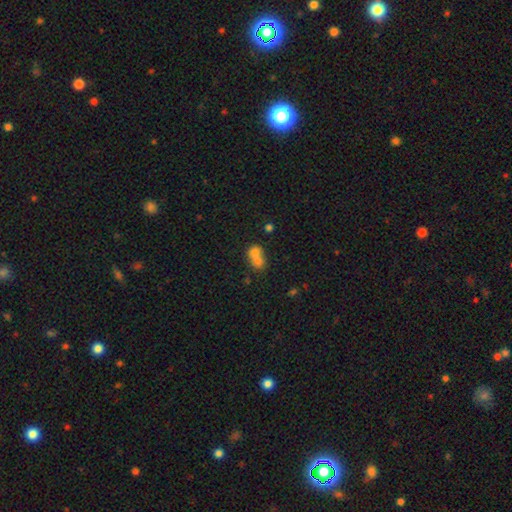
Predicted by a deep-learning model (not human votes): This is likely a smooth galaxy (73%). How rounded: possibly round (52%). Merging: likely merger (69%).